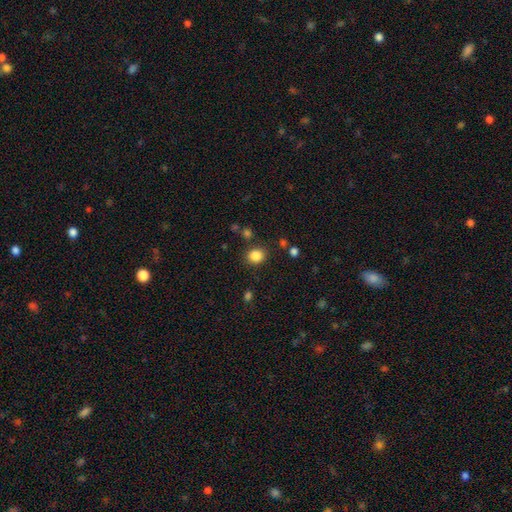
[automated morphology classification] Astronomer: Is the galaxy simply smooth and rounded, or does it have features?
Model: smooth — 85%.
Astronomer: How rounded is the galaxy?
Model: round — 72%.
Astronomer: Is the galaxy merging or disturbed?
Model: none — 84%.